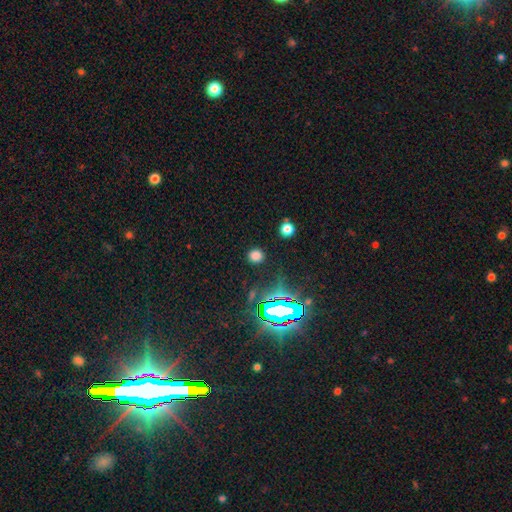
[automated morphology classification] Smooth or featured? Predicted: smooth (p=0.67). How rounded? Predicted: round (p=0.88). Merging? Predicted: none (p=0.87).